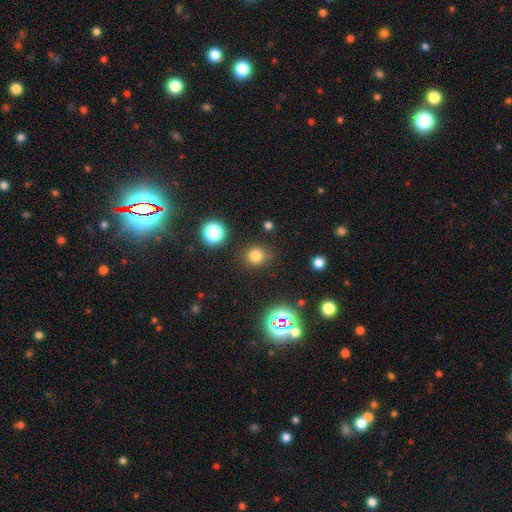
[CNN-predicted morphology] Overall: smooth (77%). How rounded: round (87%). Merging: none (84%).